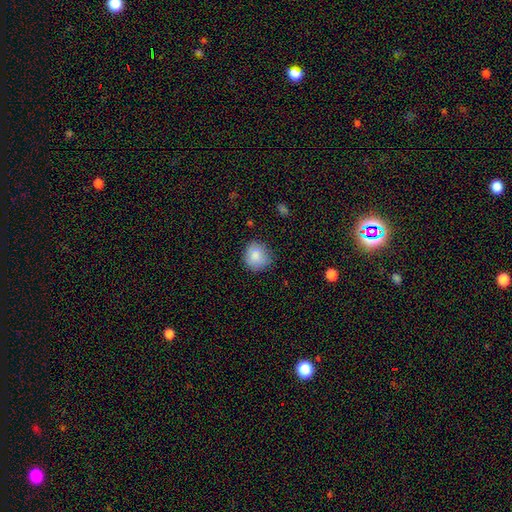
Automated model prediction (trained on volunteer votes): The model was most divided on "merging": none: 81%, minor disturbance: 15%, major disturbance: 3%, merger: 1%. More confident: how rounded — round (86%); smooth or featured — smooth (85%).